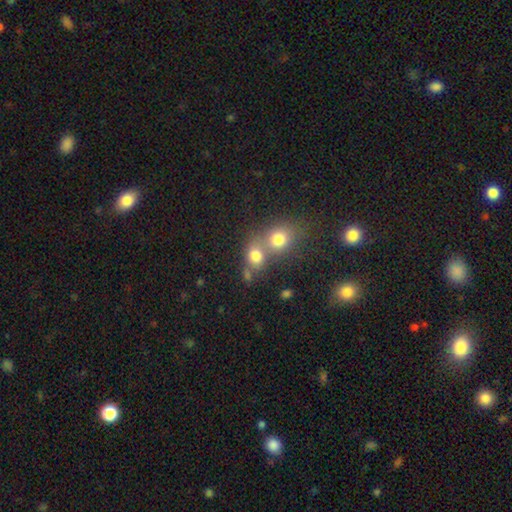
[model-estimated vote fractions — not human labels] Smooth or featured? smooth (76%)
How rounded? round (66%)
Merging? merger (55%)